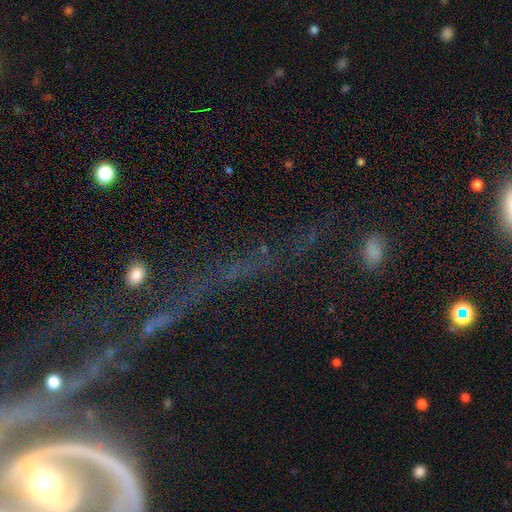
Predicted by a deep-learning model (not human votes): This is marginally a featured or disk galaxy (44%). Merging: possibly none (48%).